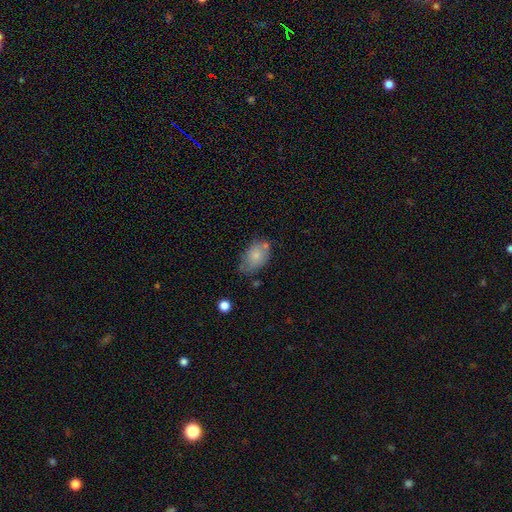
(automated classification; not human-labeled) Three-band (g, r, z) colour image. It shows a smooth galaxy with no disk features (76%) that is in between round and cigar-shaped (86%). Merging: none (54%).